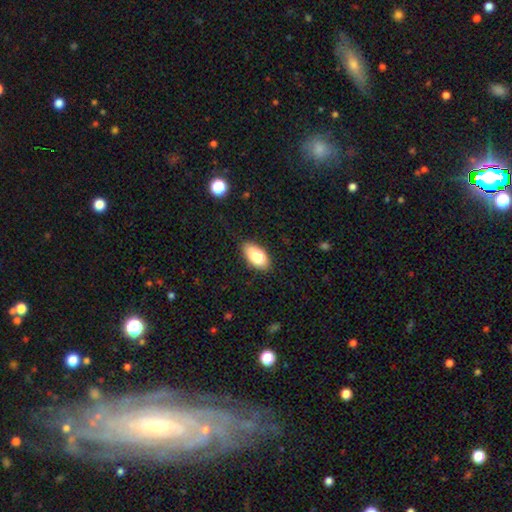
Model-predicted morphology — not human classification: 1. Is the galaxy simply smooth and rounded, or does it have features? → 81% smooth, 11% featured or disk, 7% star or artifact.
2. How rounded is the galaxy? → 92% in between, 5% cigar-shaped, 3% round.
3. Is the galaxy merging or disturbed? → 81% none, 14% minor disturbance, 3% major disturbance, 2% merger.